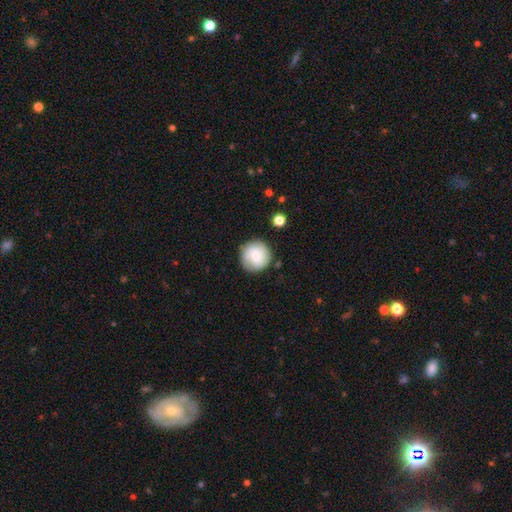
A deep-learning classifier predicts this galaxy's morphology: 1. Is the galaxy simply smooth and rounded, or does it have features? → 61% smooth, 32% featured or disk, 7% star or artifact.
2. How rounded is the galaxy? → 95% round, 4% in between, 1% cigar-shaped.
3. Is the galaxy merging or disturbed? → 83% none, 11% minor disturbance, 3% major disturbance, 2% merger.